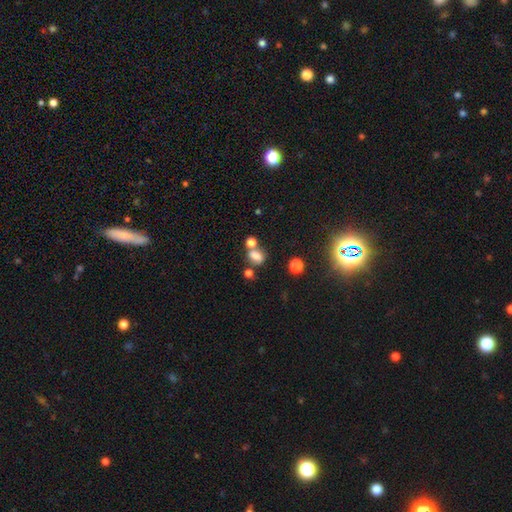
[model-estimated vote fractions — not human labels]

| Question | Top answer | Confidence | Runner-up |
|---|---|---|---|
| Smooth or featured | smooth | 72% | star or artifact (15%) |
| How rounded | in between | 67% | round (31%) |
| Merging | none | 46% | merger (36%) |